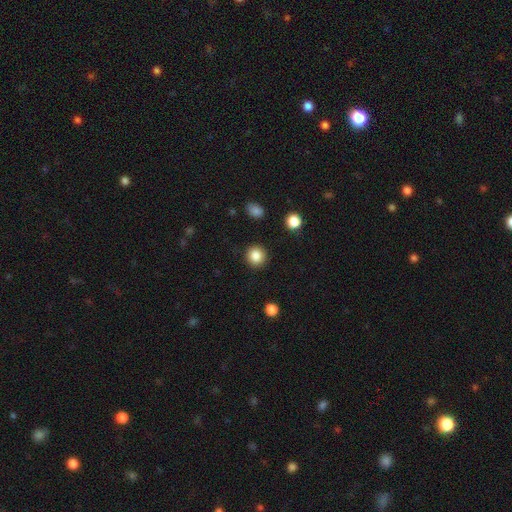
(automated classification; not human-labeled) Q: Smooth or featured?
A: smooth (86%); runner-up: star or artifact (10%)
Q: How rounded?
A: round (93%); runner-up: in between (6%)
Q: Merging?
A: none (91%); runner-up: minor disturbance (6%)